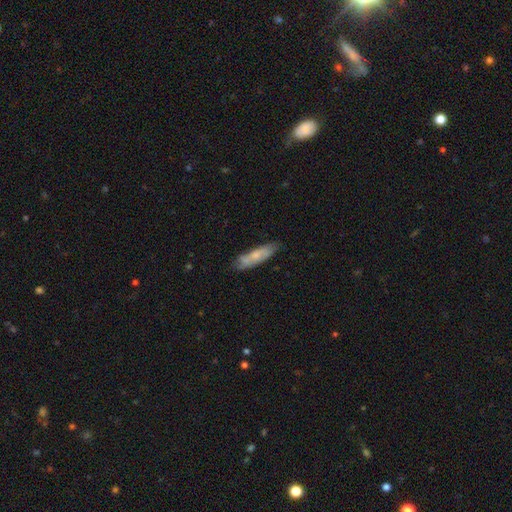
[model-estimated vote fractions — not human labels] This appears to be a smooth galaxy with no disk features (56%) that is cigar-shaped (63%). Merging: none (68%).